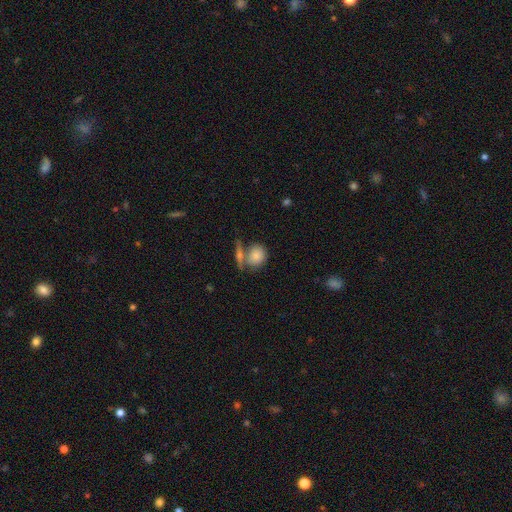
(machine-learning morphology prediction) Smooth or featured? Predicted: smooth (p=0.77). How rounded? Predicted: round (p=0.66). Merging? Predicted: none (p=0.50).